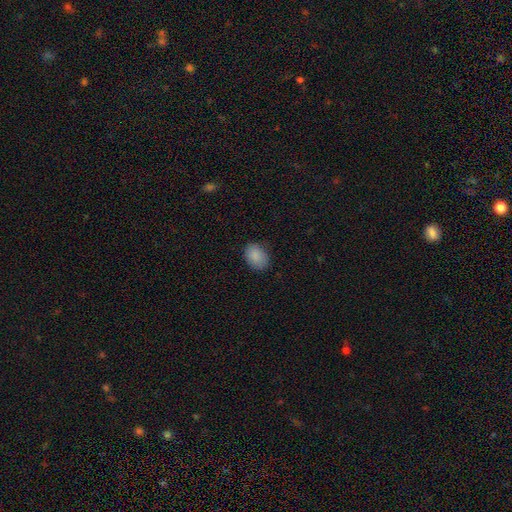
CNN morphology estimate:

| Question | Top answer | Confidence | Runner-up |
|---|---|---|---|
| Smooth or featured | smooth | 88% | star or artifact (8%) |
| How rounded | in between | 71% | round (28%) |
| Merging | none | 82% | minor disturbance (14%) |